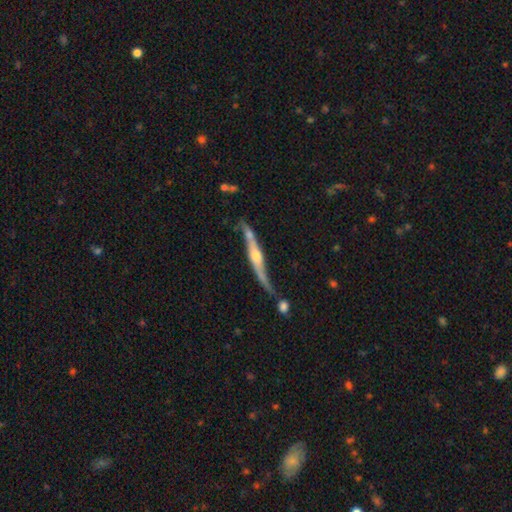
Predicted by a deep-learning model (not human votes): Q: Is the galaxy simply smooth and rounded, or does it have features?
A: featured or disk — 78%.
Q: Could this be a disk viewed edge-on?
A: yes — 84%.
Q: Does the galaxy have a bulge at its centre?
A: rounded — 83%.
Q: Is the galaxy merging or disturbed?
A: none — 51%.